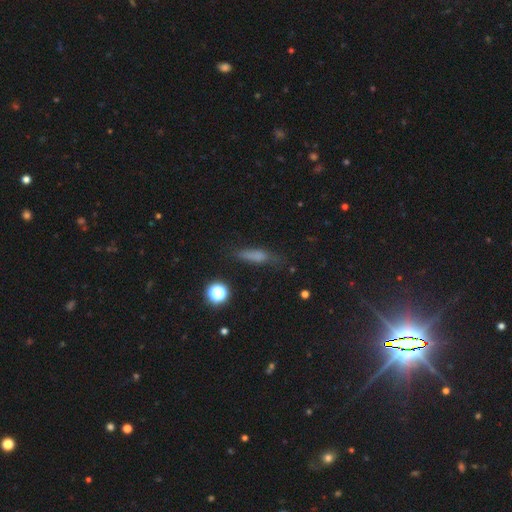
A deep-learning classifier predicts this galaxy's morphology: Smooth or featured?
  - smooth: 66% *
  - featured or disk: 18%
  - star or artifact: 16%
How rounded?
  - cigar-shaped: 63% *
  - in between: 30%
  - round: 6%
Merging?
  - none: 66% *
  - minor disturbance: 22%
  - major disturbance: 8%
  - merger: 3%